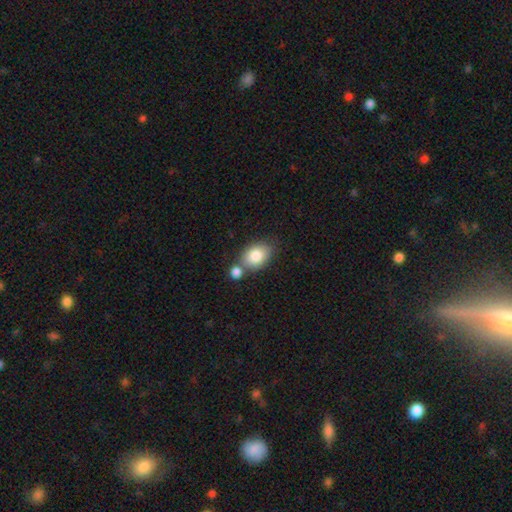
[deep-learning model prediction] Smooth or featured: smooth — 83% (featured or disk — 10%)
How rounded: in between — 80% (round — 19%)
Merging: none — 50% (merger — 32%)